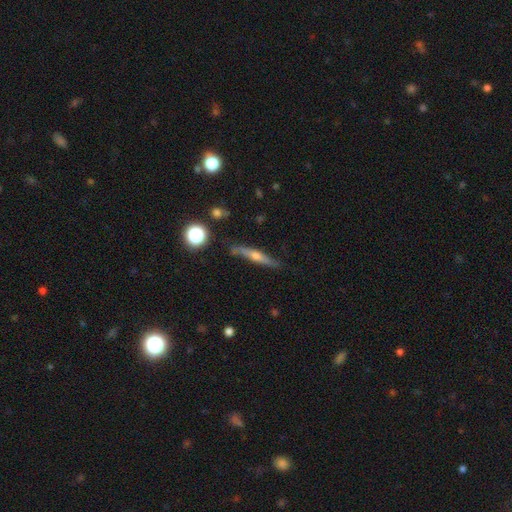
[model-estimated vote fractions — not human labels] A featured or disk galaxy (67%) viewed edge-on (94%) with a rounded central bulge (86%). Merging: none (83%).